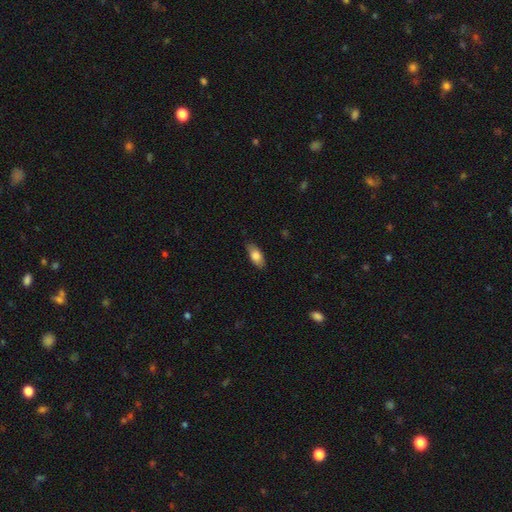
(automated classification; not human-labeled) Smooth or featured? smooth (80%)
How rounded? in between (85%)
Merging? none (79%)